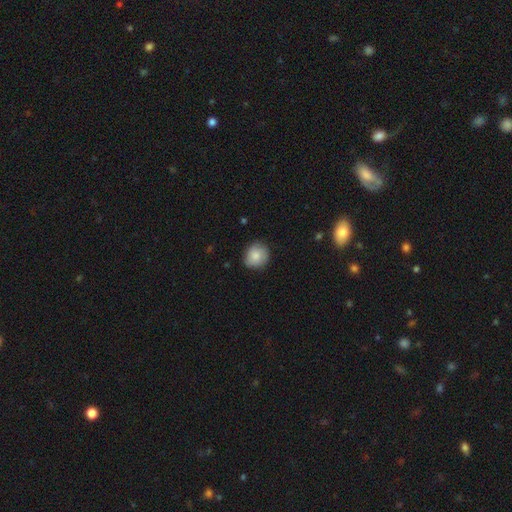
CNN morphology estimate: The model was most divided on "how rounded": round: 78%, in between: 21%, cigar-shaped: 1%. More confident: smooth or featured — smooth (82%); merging — none (78%).